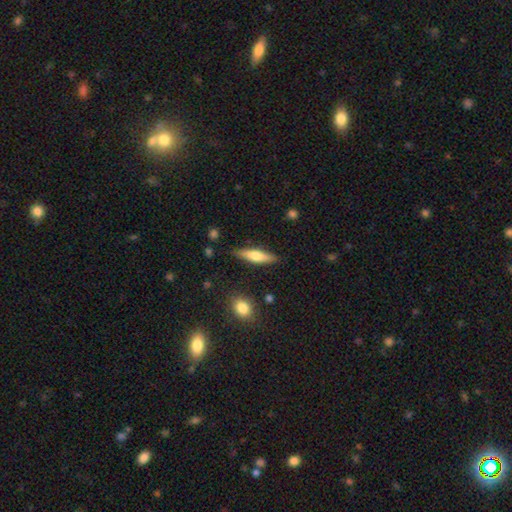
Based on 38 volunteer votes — Smooth or featured: smooth — 61% (featured or disk — 39%)
How rounded: cigar-shaped — 65% (in between — 35%)
Merging: none — 87% (merger — 8%)